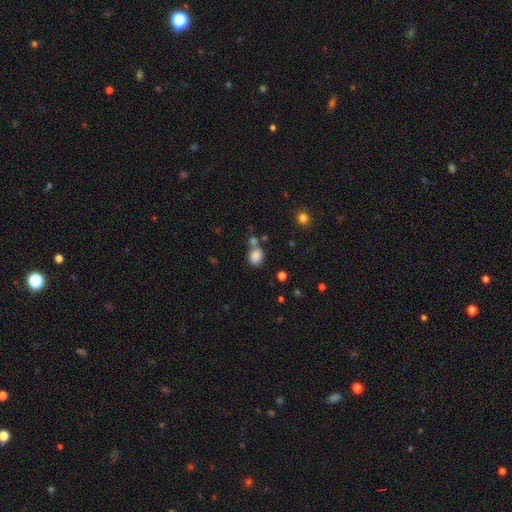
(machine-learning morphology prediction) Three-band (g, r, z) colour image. It shows a smooth galaxy with no disk features (84%) that is round (60%). Merging: none (55%).